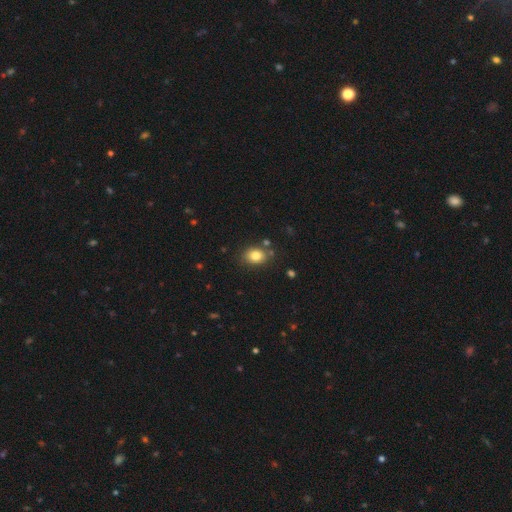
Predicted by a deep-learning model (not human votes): This appears to be a smooth galaxy with no disk features (81%) that is in between round and cigar-shaped (61%). Merging: none (79%).